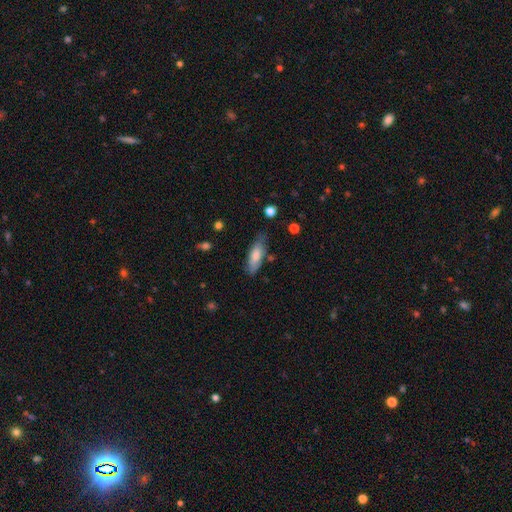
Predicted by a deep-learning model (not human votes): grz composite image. It shows a smooth galaxy with no disk features (73%) that is in between round and cigar-shaped (63%). Merging: none (70%).